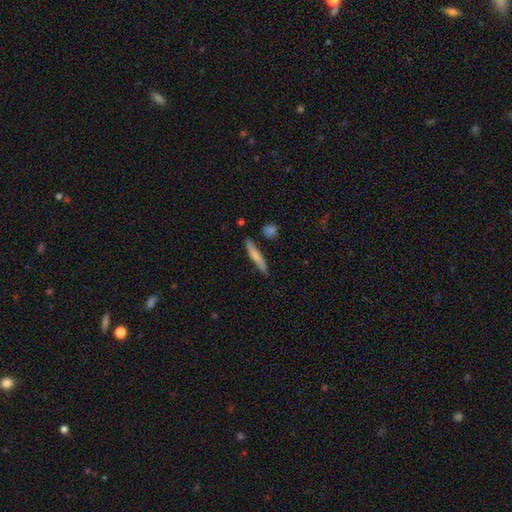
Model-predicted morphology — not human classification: smooth_or_featured: smooth (p=0.70) [alt: featured or disk p=0.24]
how_rounded: cigar-shaped (p=0.92) [alt: in between p=0.07]
merging: none (p=0.81) [alt: minor disturbance p=0.13]